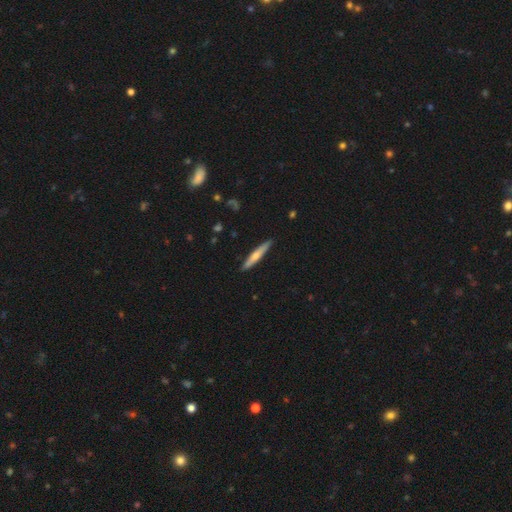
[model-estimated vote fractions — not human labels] Overall: smooth (51%; featured or disk 44%). How rounded: cigar-shaped (93%). Merging: none (90%).